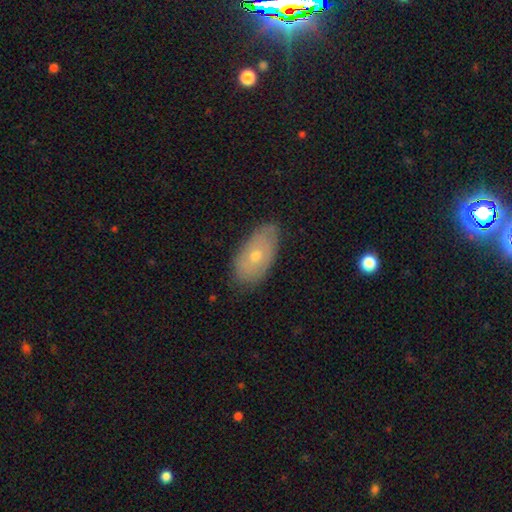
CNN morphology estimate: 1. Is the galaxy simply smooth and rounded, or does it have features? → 58% smooth, 35% featured or disk, 7% star or artifact.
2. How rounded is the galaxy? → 91% in between, 6% round, 3% cigar-shaped.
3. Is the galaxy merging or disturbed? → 72% none, 23% minor disturbance, 4% major disturbance, 1% merger.